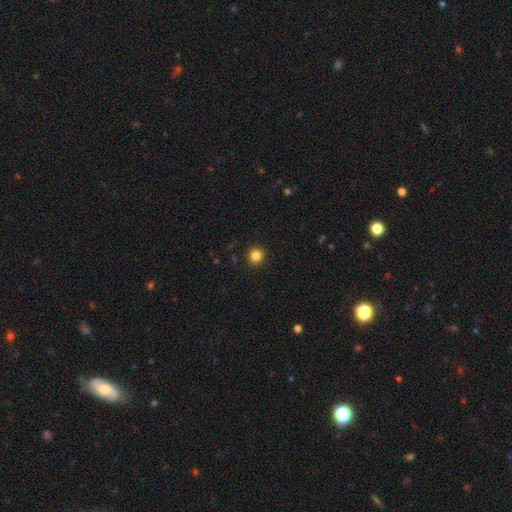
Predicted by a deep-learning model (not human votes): smooth_or_featured: smooth (p=0.84) [alt: star or artifact p=0.12]
how_rounded: round (p=0.94) [alt: in between p=0.05]
merging: none (p=0.93) [alt: minor disturbance p=0.05]